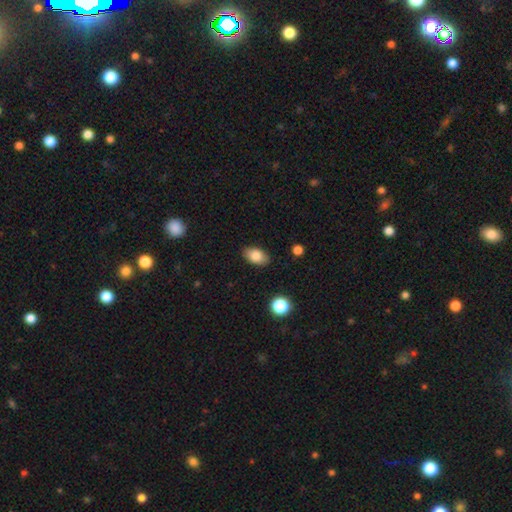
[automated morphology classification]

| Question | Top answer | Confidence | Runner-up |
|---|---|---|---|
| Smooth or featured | smooth | 84% | featured or disk (8%) |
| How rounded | in between | 91% | round (8%) |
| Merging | none | 85% | minor disturbance (11%) |